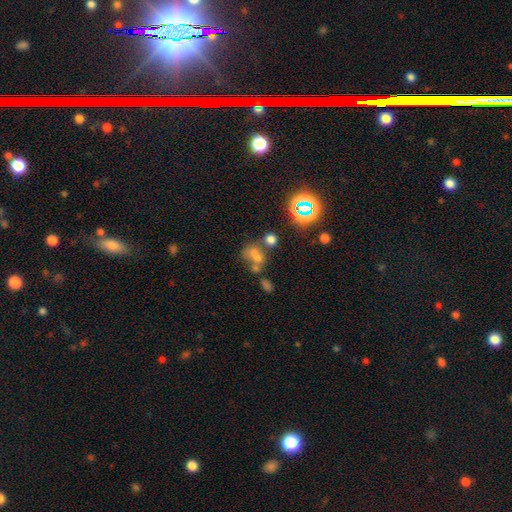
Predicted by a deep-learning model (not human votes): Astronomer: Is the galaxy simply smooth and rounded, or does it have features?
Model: smooth — 56%.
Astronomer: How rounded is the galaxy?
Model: in between — 60% (runner-up: round, 37%).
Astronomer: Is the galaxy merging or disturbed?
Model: merger — 44% (runner-up: none, 31%).